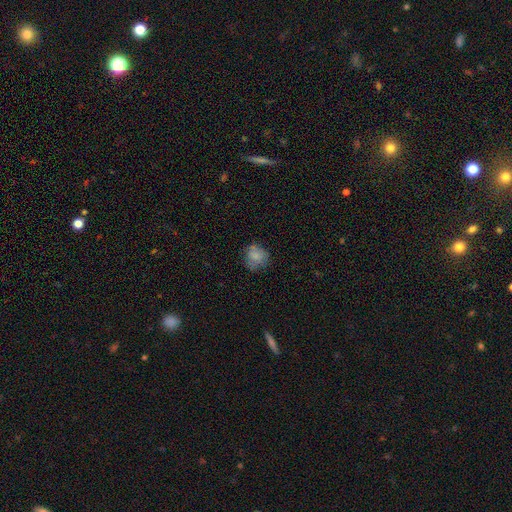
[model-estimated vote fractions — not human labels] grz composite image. It shows a smooth galaxy with no disk features (75%) that is round (78%). Merging: none (64%).